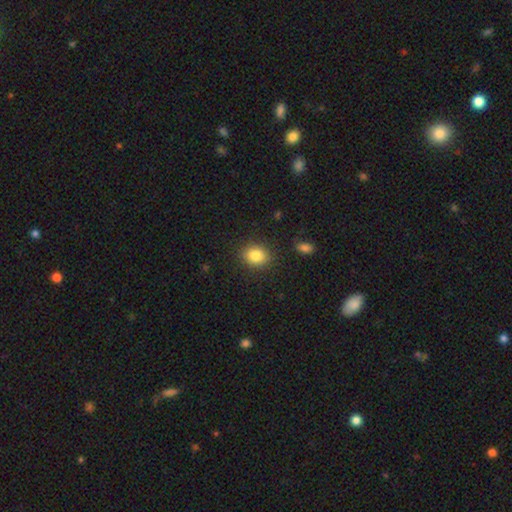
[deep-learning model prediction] Overall: smooth (84%). How rounded: in between (50%; round 49%). Merging: none (87%).